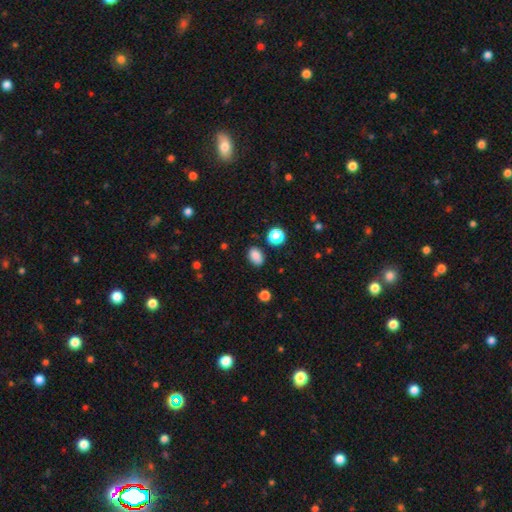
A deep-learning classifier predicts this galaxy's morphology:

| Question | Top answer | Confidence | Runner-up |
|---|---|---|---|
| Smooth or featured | smooth | 84% | star or artifact (11%) |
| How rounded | in between | 80% | round (19%) |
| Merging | none | 82% | minor disturbance (13%) |